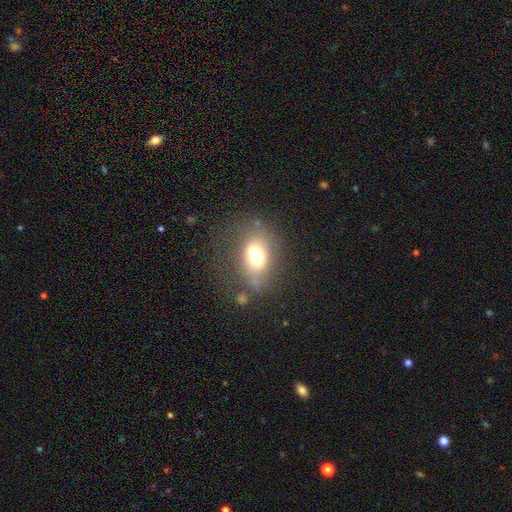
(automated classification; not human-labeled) Overall: smooth (67%). How rounded: in between (72%). Merging: none (60%; minor disturbance 21%).